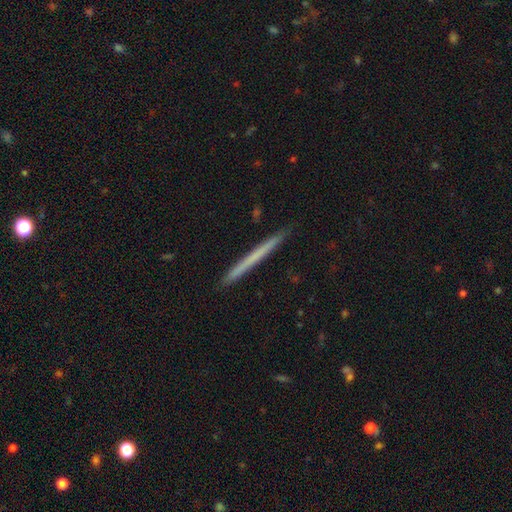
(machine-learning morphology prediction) smooth-or-featured: smooth: 56% | featured or disk: 39% | star or artifact: 5%
  how-rounded: cigar-shaped: 98% | in between: 1% | round: 1%
  merging: none: 92% | minor disturbance: 6% | major disturbance: 1% | merger: 1%